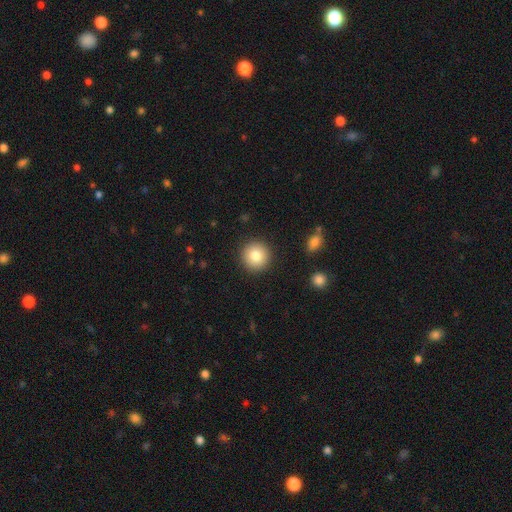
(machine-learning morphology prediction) smooth-or-featured: smooth: 81% | featured or disk: 10% | star or artifact: 9%
  how-rounded: round: 95% | in between: 4% | cigar-shaped: 1%
  merging: none: 91% | minor disturbance: 6% | major disturbance: 2% | merger: 1%